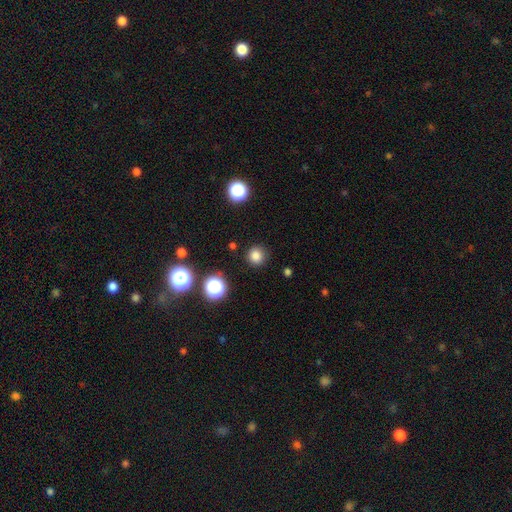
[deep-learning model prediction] smooth_or_featured: smooth (p=0.81) [alt: star or artifact p=0.15]
how_rounded: round (p=0.93) [alt: in between p=0.06]
merging: none (p=0.89) [alt: minor disturbance p=0.07]